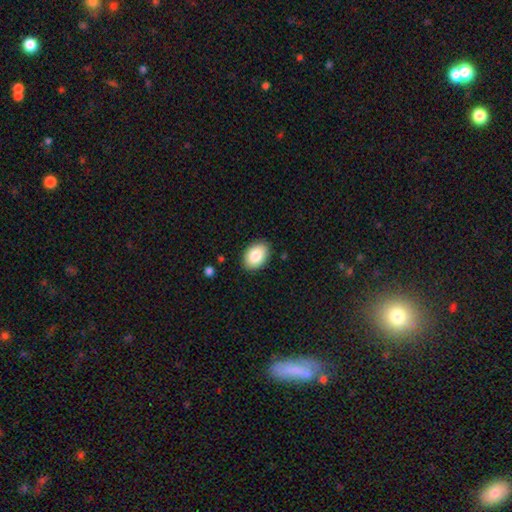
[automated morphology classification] This appears to be a smooth galaxy with no disk features (86%) that is in between round and cigar-shaped (83%). Merging: none (87%).